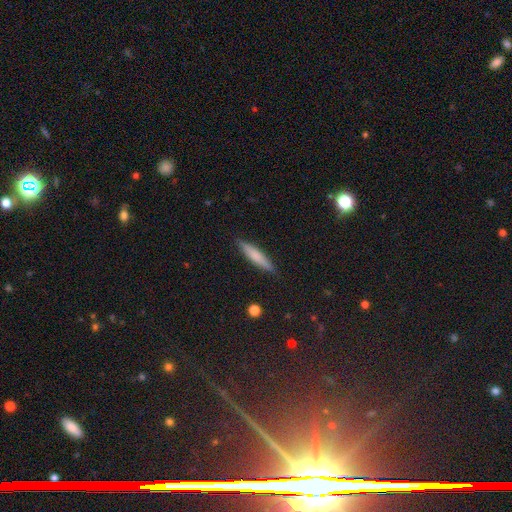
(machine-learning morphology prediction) smooth-or-featured: smooth: 63% | featured or disk: 30% | star or artifact: 7%
  how-rounded: cigar-shaped: 89% | in between: 10% | round: 2%
  merging: none: 89% | minor disturbance: 8% | major disturbance: 2% | merger: 1%